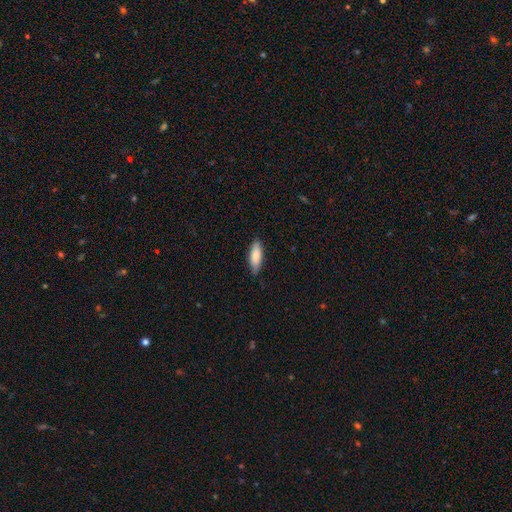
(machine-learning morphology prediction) smooth-or-featured: smooth: 82% | featured or disk: 13% | star or artifact: 6%
  how-rounded: in between: 61% | cigar-shaped: 37% | round: 2%
  merging: none: 82% | minor disturbance: 15% | major disturbance: 2% | merger: 1%